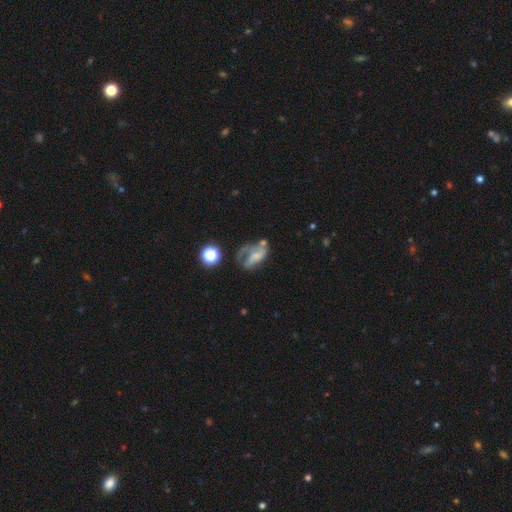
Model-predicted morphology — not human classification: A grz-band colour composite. It shows a featured or disk galaxy (56%) with no bar (62%), spiral arms (60%) and no central bulge (37%). Merging: major disturbance (40%).